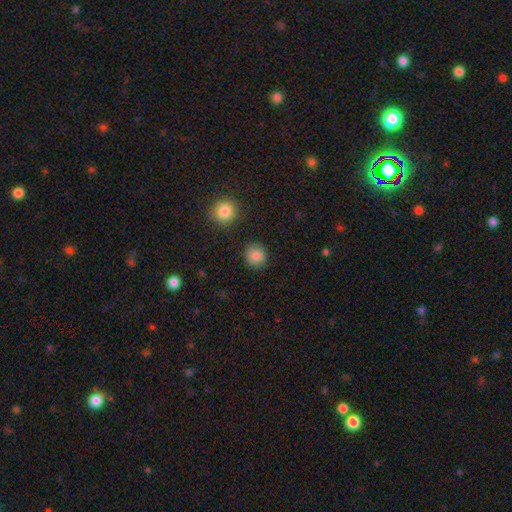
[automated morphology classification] Smooth or featured: smooth — 85% (star or artifact — 9%)
How rounded: round — 86% (in between — 13%)
Merging: none — 87% (minor disturbance — 8%)